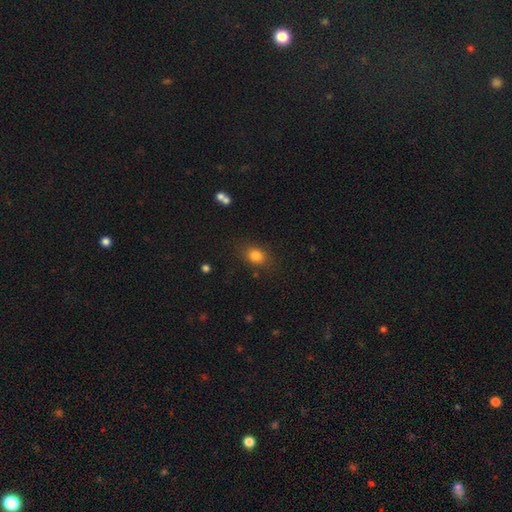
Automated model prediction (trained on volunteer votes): Smooth or featured?
  - smooth: 81% *
  - star or artifact: 11%
  - featured or disk: 7%
How rounded?
  - in between: 60% *
  - round: 39%
  - cigar-shaped: 2%
Merging?
  - none: 81% *
  - minor disturbance: 13%
  - major disturbance: 4%
  - merger: 2%